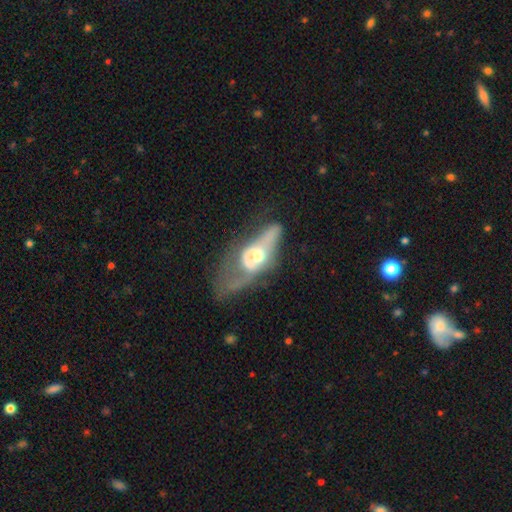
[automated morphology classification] smooth-or-featured: featured or disk: 55% | smooth: 37% | star or artifact: 8%
  disk-edge-on: no: 84% | yes: 16%
  merging: major disturbance: 53% | merger: 20% | minor disturbance: 14% | none: 13%